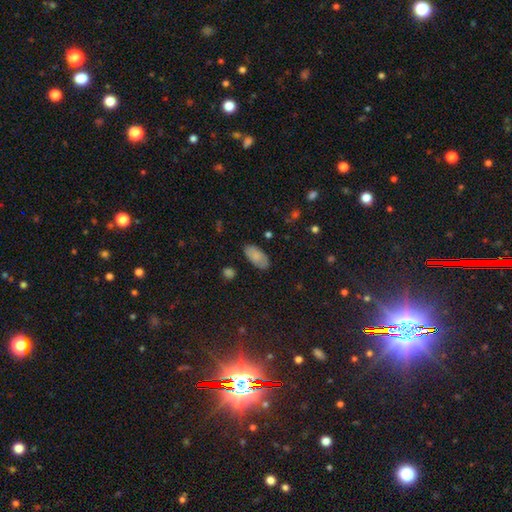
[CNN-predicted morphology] Smooth or featured? Predicted: smooth (p=0.81). How rounded? Predicted: in between (p=0.94). Merging? Predicted: none (p=0.83).